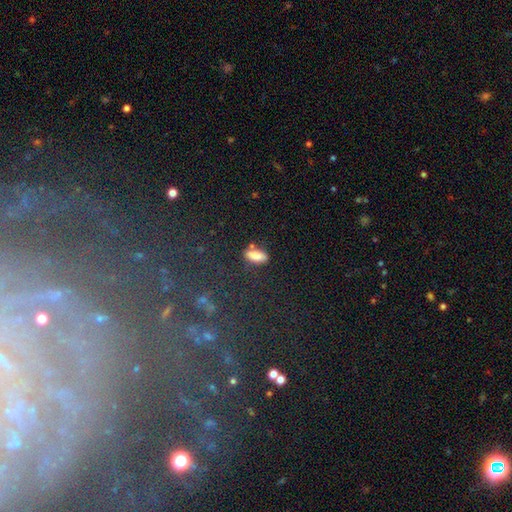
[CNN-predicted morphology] A smooth galaxy with no disk features (85%) that is in between round and cigar-shaped (81%).

Vote fractions:
- Smooth or featured? smooth: 85% / star or artifact: 9% / featured or disk: 7%
- How rounded? in between: 81% / cigar-shaped: 16% / round: 3%
- Merging? none: 72% / minor disturbance: 17% / merger: 6% / major disturbance: 4%